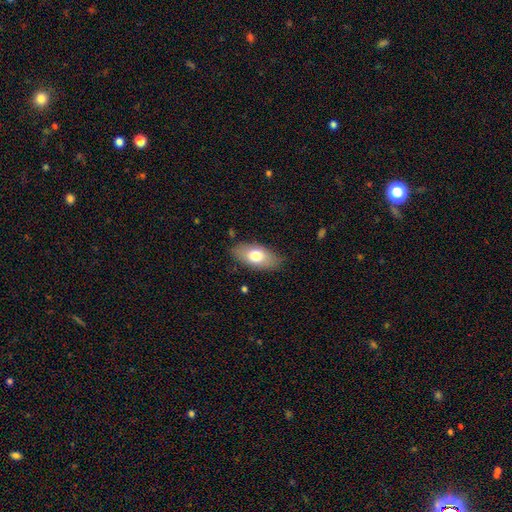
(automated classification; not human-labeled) Smooth or featured?
  - smooth: 72% *
  - featured or disk: 21%
  - star or artifact: 7%
How rounded?
  - in between: 90% *
  - cigar-shaped: 6%
  - round: 4%
Merging?
  - none: 82% *
  - minor disturbance: 14%
  - major disturbance: 3%
  - merger: 1%